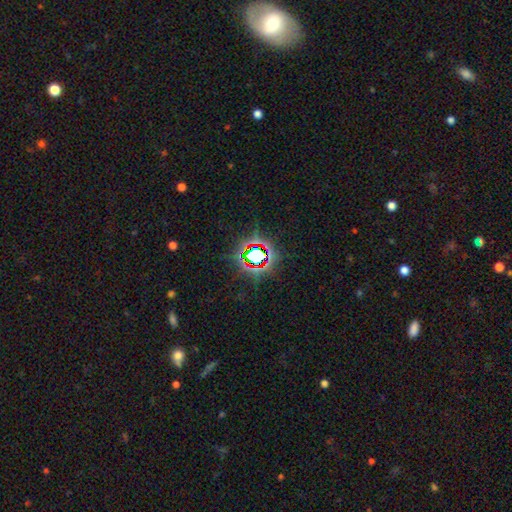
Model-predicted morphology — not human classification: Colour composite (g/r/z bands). It shows a star or artifact, not a galaxy (75%).